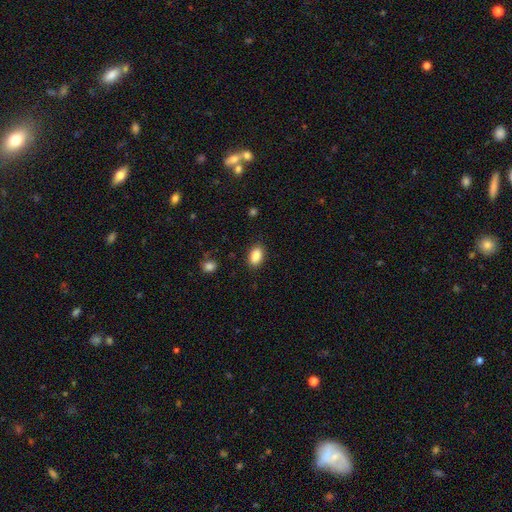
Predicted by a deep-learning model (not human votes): Smooth or featured?
  - smooth: 88% *
  - star or artifact: 8%
  - featured or disk: 4%
How rounded?
  - in between: 90% *
  - round: 8%
  - cigar-shaped: 2%
Merging?
  - none: 87% *
  - minor disturbance: 10%
  - major disturbance: 3%
  - merger: 1%